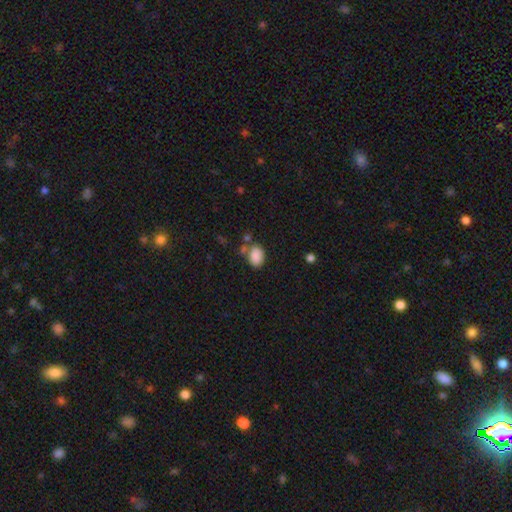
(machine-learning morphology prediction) Q: Smooth or featured?
A: smooth (87%); runner-up: star or artifact (8%)
Q: How rounded?
A: in between (79%); runner-up: round (20%)
Q: Merging?
A: none (62%); runner-up: minor disturbance (16%)